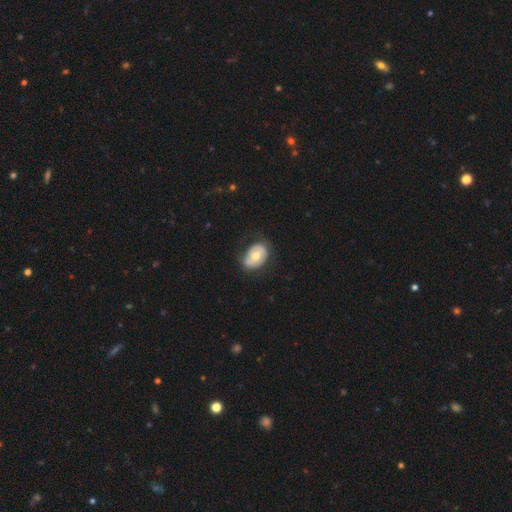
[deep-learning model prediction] smooth_or_featured: smooth (p=0.54) [alt: featured or disk p=0.40]
how_rounded: in between (p=0.76) [alt: round p=0.23]
merging: none (p=0.66) [alt: minor disturbance p=0.24]